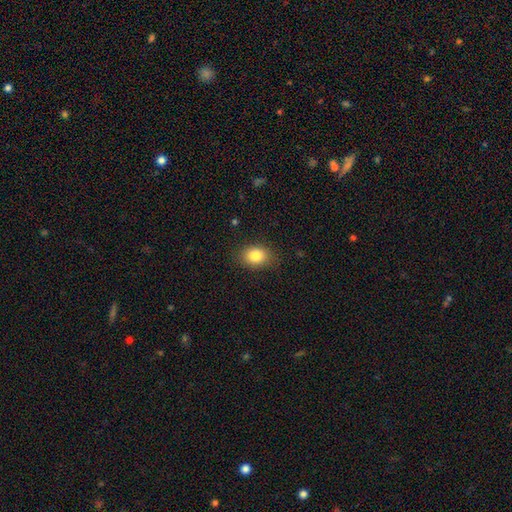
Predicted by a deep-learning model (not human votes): Morphology: type=smooth (83%); roundness=in between (64%); merging=none (84%).